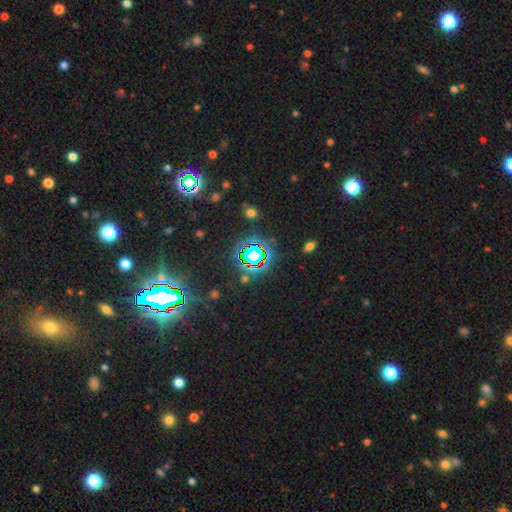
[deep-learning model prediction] A star or artifact, not a galaxy (71%).

Vote fractions:
- Smooth or featured? star or artifact: 71% / smooth: 17% / featured or disk: 12%